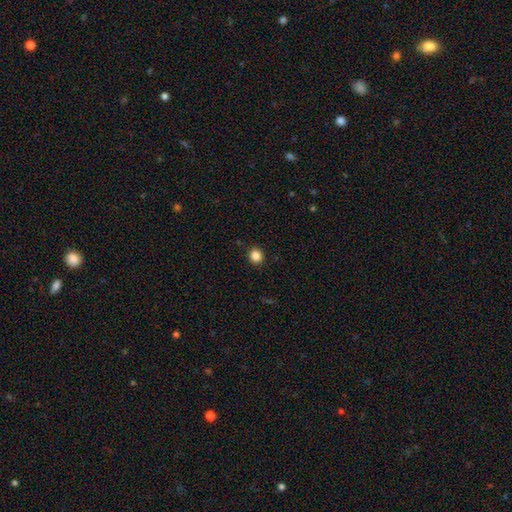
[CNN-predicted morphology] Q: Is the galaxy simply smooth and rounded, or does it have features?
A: smooth — 85%.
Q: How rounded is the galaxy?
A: round — 85%.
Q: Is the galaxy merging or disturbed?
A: none — 91%.